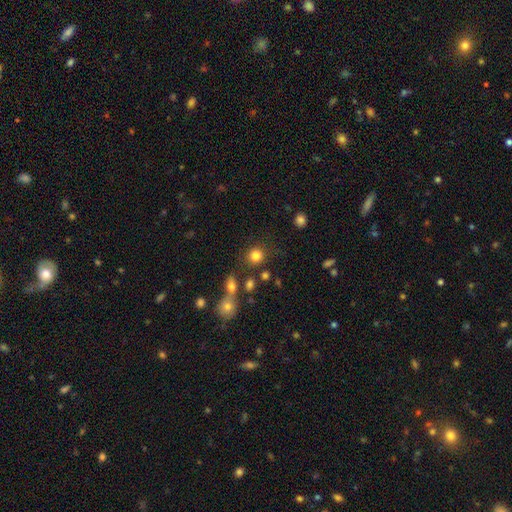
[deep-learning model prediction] Q: Smooth or featured?
A: smooth (82%); runner-up: star or artifact (12%)
Q: How rounded?
A: round (87%); runner-up: in between (12%)
Q: Merging?
A: none (78%); runner-up: minor disturbance (9%)